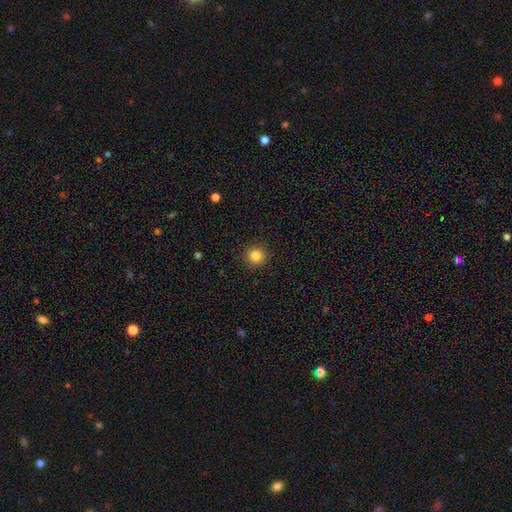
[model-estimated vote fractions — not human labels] A smooth galaxy with no disk features (84%) that is round (95%). Merging: none (92%).